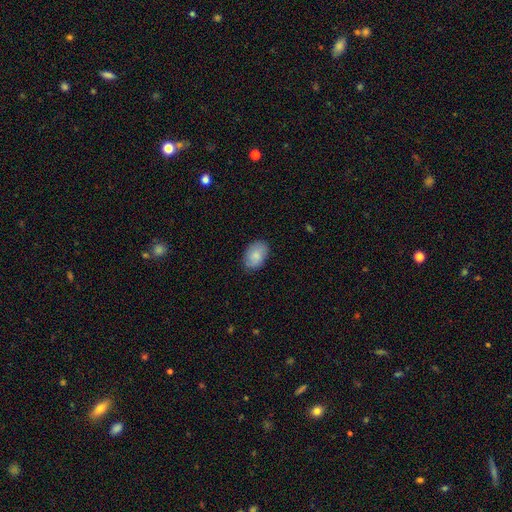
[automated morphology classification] A smooth galaxy with no disk features (83%) that is in between round and cigar-shaped (84%). Merging: none (82%).